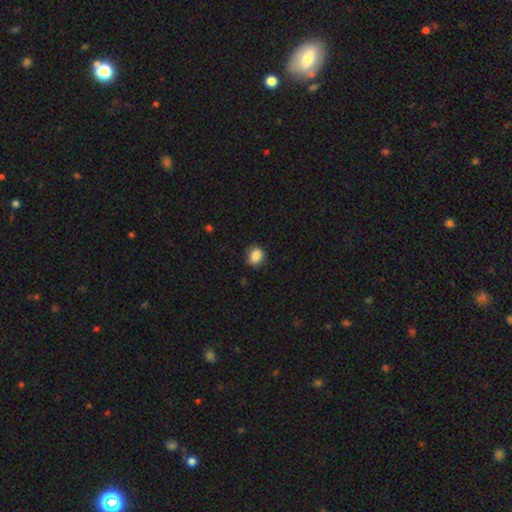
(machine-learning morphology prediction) Smooth or featured? smooth (86%)
How rounded? round (60%)
Merging? none (84%)